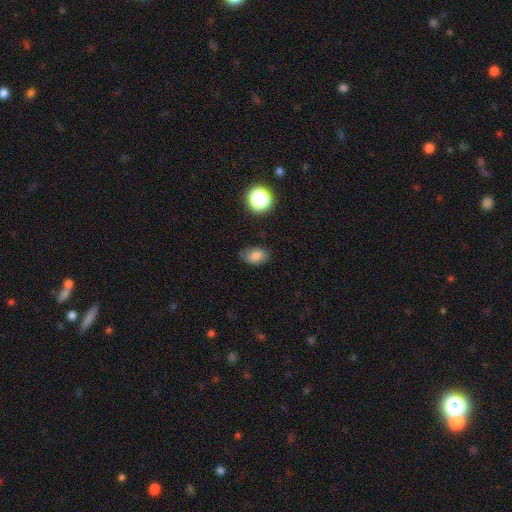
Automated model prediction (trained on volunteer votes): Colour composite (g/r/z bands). It shows a smooth galaxy with no disk features (80%) that is in between round and cigar-shaped (82%). Merging: none (74%).